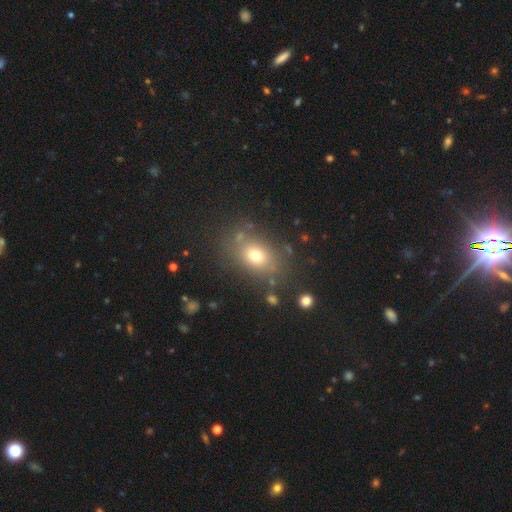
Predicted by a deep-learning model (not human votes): Morphology: type=smooth (71%); roundness=in between (62%); merging=none (78%).